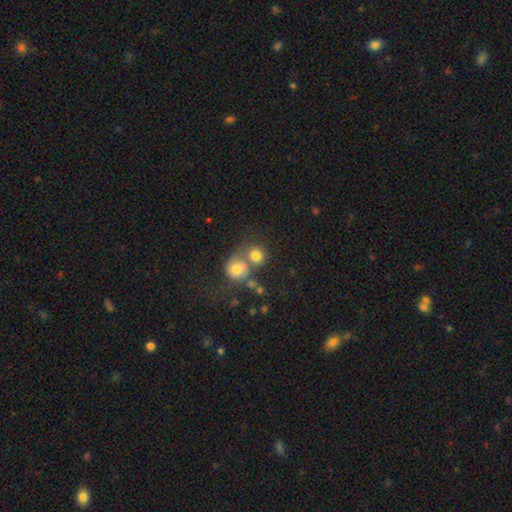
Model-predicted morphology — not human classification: Smooth or featured: smooth — 76% (featured or disk — 13%)
How rounded: round — 82% (in between — 17%)
Merging: merger — 46% (none — 40%)